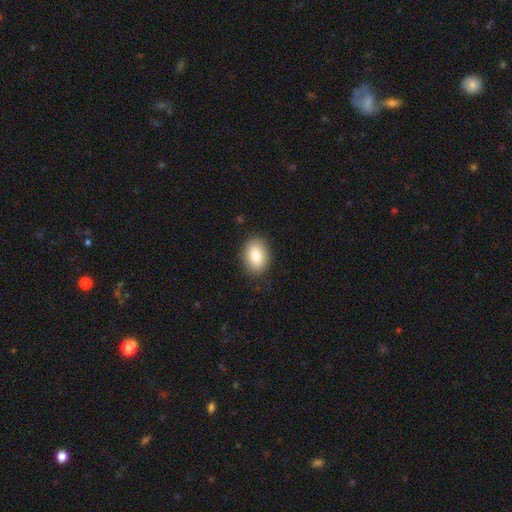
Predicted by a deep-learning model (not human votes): This is clearly a smooth galaxy (84%). How rounded: clearly in between (81%). Merging: clearly none (87%).